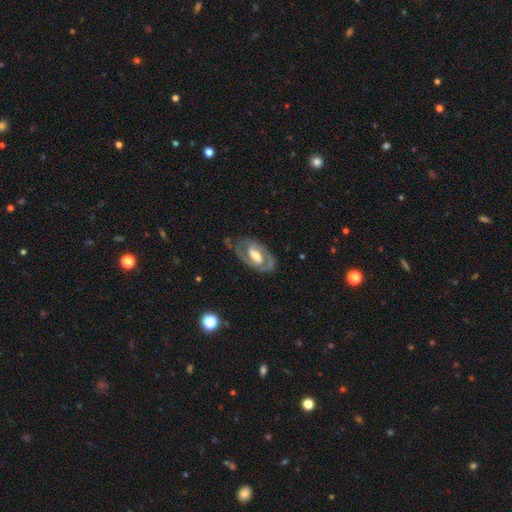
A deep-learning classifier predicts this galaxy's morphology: This is likely a featured or disk galaxy (79%). It is clearly not viewed edge-on (95%). Bar: marginally weak (39%). Spiral arm pattern: likely yes (76%). Spiral arm count: likely 2 (77%). Spiral winding: possibly tight (45%). Central bulge: possibly moderate (58%). Merging: likely none (68%).